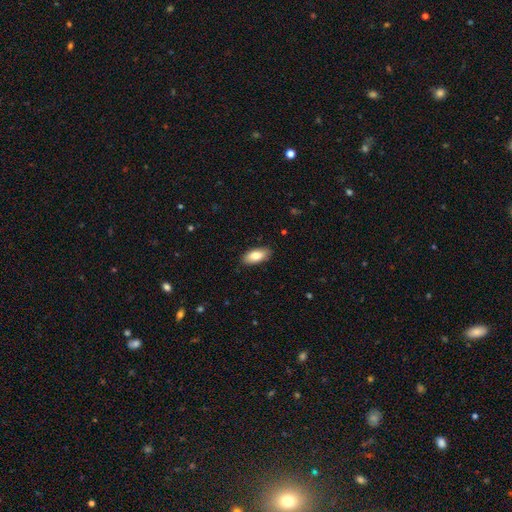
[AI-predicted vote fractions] Morphology: type=smooth (82%); roundness=in between (88%); merging=none (88%).